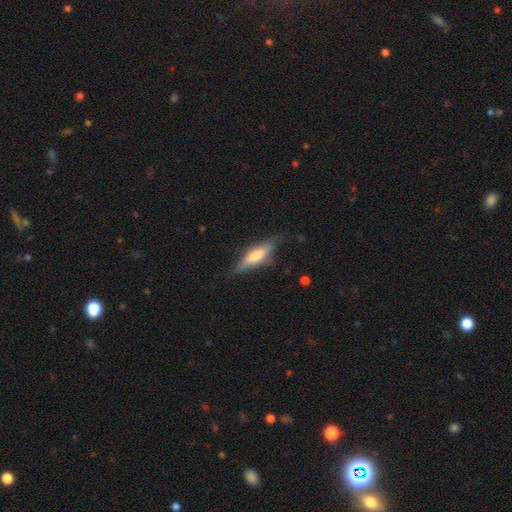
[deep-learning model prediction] The model was most divided on "smooth or featured" (2-way tie): smooth: 47%, featured or disk: 47%, star or artifact: 6%. More confident: merging — none (78%).